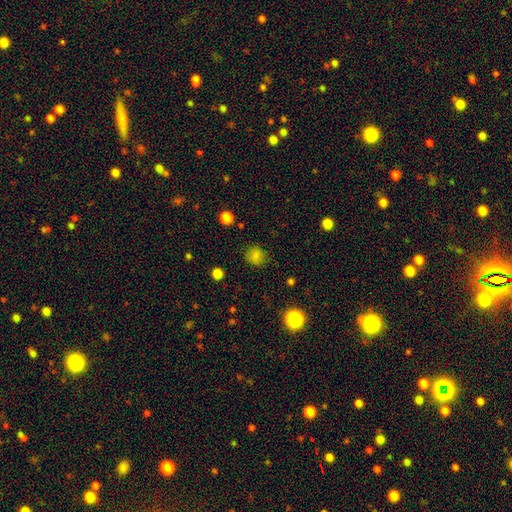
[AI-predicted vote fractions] Smooth or featured?
  - smooth: 80% *
  - star or artifact: 16%
  - featured or disk: 5%
How rounded?
  - round: 84% *
  - in between: 15%
  - cigar-shaped: 1%
Merging?
  - none: 84% *
  - minor disturbance: 11%
  - major disturbance: 4%
  - merger: 1%